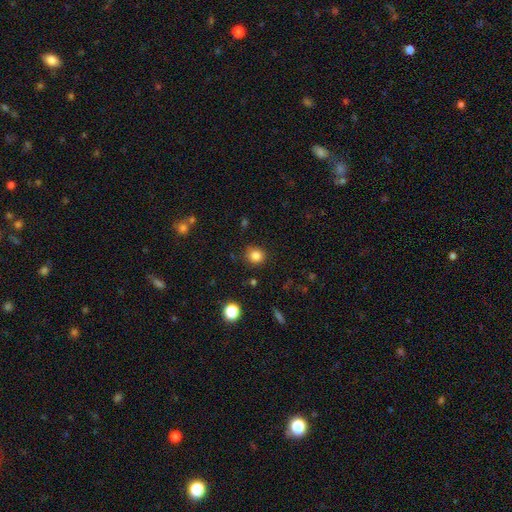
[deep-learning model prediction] A smooth galaxy with no disk features (83%) that is round (84%). Merging: none (85%).